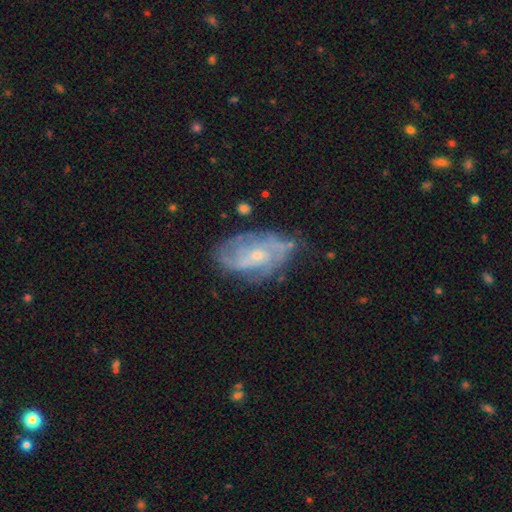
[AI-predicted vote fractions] A featured or disk galaxy (82%) with no bar (64%), tight (43%) spiral arms (91%) and a small central bulge (73%). Merging: none (65%).